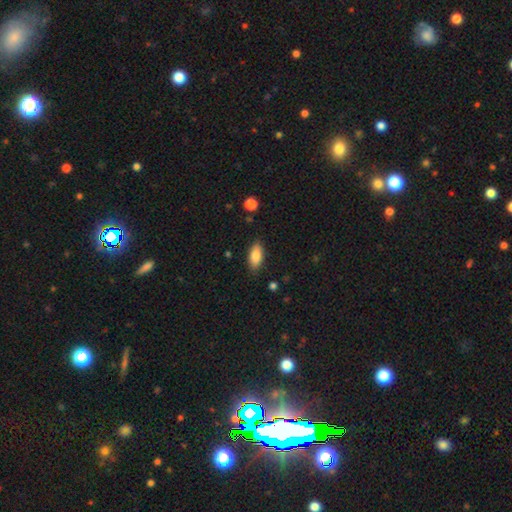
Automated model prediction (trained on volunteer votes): Overall: smooth (85%). How rounded: in between (87%). Merging: none (84%).